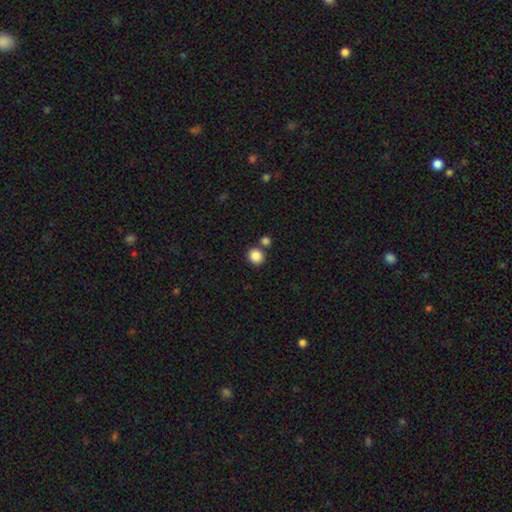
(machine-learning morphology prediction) This is clearly a smooth galaxy (87%). How rounded: clearly round (89%). Merging: likely none (74%).